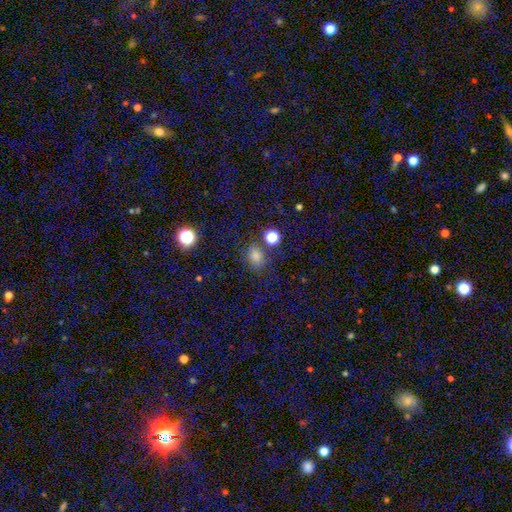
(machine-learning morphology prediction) Smooth or featured?
  - smooth: 69% *
  - star or artifact: 22%
  - featured or disk: 8%
How rounded?
  - round: 57% *
  - in between: 42%
  - cigar-shaped: 1%
Merging?
  - none: 68% *
  - minor disturbance: 15%
  - merger: 9%
  - major disturbance: 8%